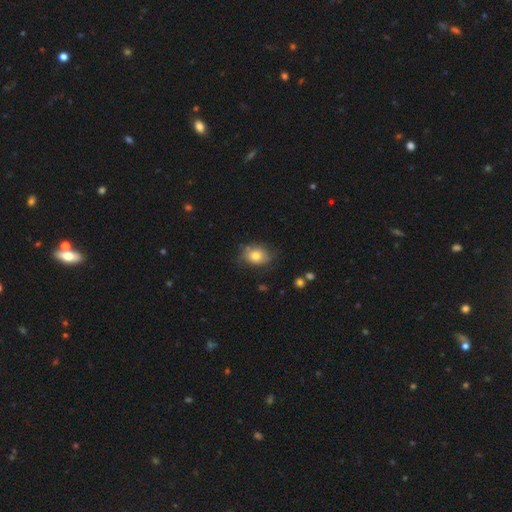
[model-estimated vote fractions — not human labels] Smooth or featured? smooth (75%)
How rounded? in between (60%)
Merging? none (66%)